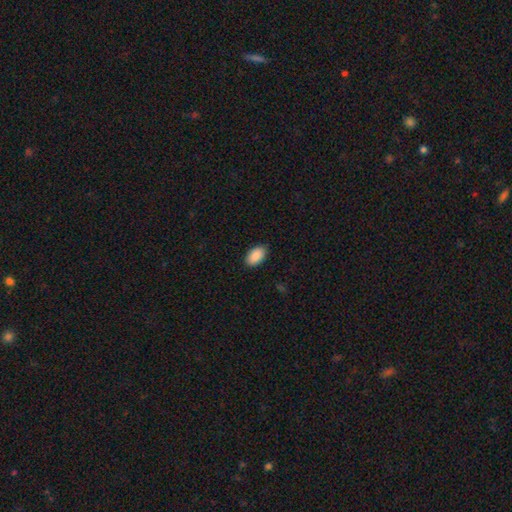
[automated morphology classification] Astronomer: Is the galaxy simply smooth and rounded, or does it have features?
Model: smooth — 91%.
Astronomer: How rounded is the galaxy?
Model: in between — 94%.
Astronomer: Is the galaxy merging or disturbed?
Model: none — 88%.